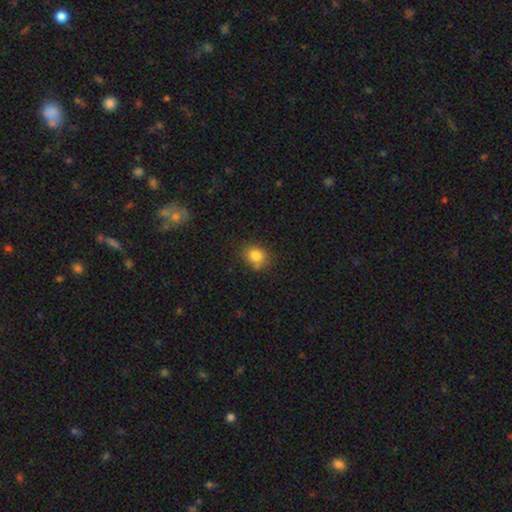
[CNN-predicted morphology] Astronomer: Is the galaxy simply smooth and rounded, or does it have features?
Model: smooth — 82%.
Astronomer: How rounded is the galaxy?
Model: round — 58% (runner-up: in between, 41%).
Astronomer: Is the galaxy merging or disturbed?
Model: none — 71%.